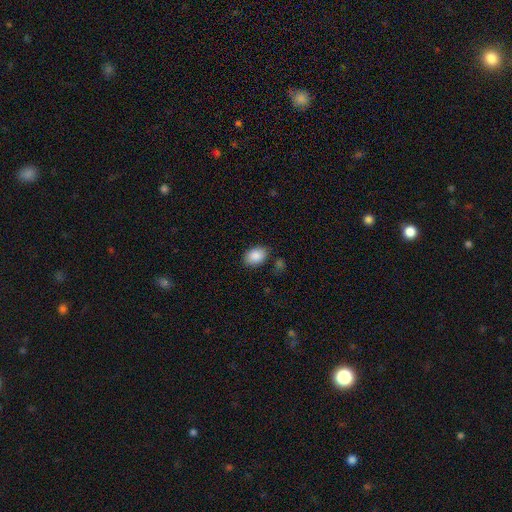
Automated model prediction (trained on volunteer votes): smooth_or_featured: smooth (p=0.88) [alt: star or artifact p=0.07]
how_rounded: in between (p=0.83) [alt: round p=0.16]
merging: none (p=0.78) [alt: minor disturbance p=0.15]